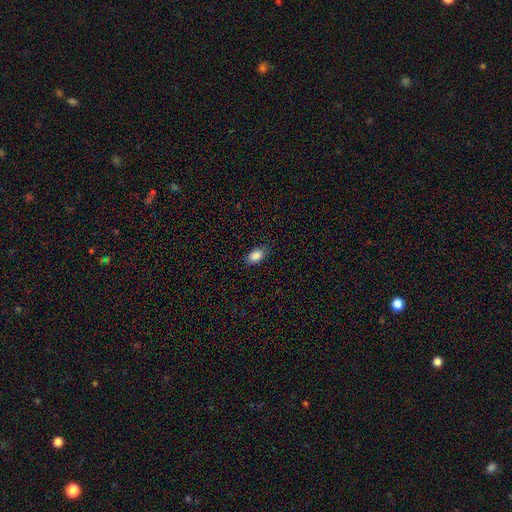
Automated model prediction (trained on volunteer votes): smooth 88%, star or artifact 8%, featured or disk 4%. Down the decision tree: how rounded — in between (90%); merging — none (86%).